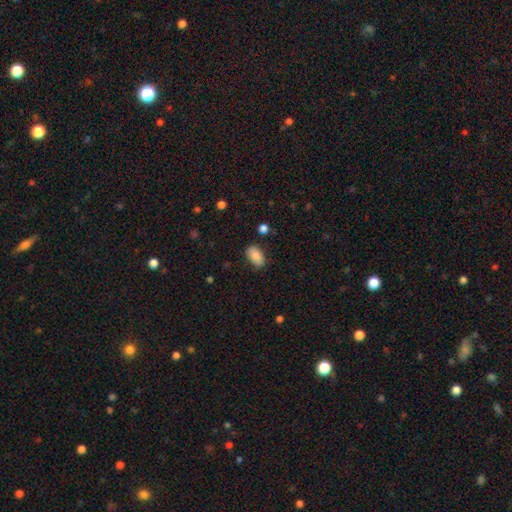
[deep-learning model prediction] Q: Smooth or featured?
A: smooth (83%); runner-up: featured or disk (9%)
Q: How rounded?
A: in between (91%); runner-up: round (8%)
Q: Merging?
A: none (79%); runner-up: minor disturbance (16%)